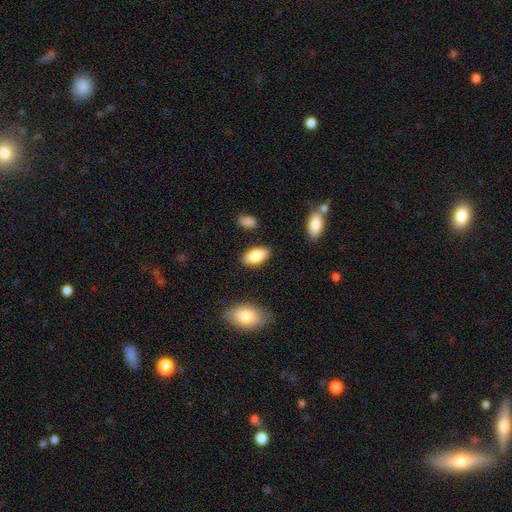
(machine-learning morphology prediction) Overall: smooth (83%). How rounded: in between (93%). Merging: none (86%).